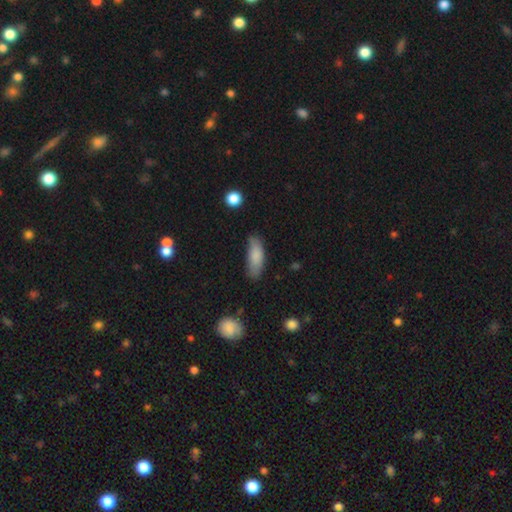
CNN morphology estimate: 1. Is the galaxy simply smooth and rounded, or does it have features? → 84% smooth, 10% featured or disk, 6% star or artifact.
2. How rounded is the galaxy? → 66% in between, 32% cigar-shaped, 2% round.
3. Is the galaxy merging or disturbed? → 72% none, 21% minor disturbance, 4% major disturbance, 2% merger.